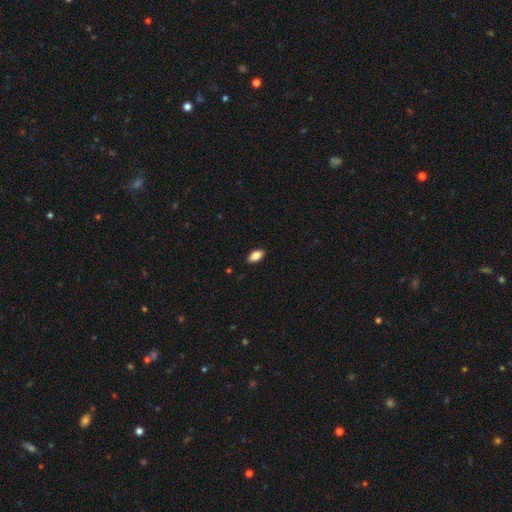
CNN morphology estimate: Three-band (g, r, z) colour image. It shows a smooth galaxy with no disk features (83%) that is in between round and cigar-shaped (91%). Merging: none (89%).